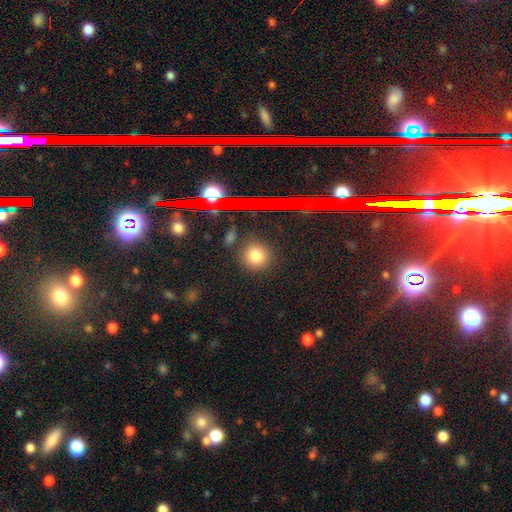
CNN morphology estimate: A smooth galaxy with no disk features (77%) that is round (87%).

Vote fractions:
- Smooth or featured? smooth: 77% / star or artifact: 15% / featured or disk: 7%
- How rounded? round: 87% / in between: 11% / cigar-shaped: 2%
- Merging? none: 86% / minor disturbance: 8% / merger: 3% / major disturbance: 3%